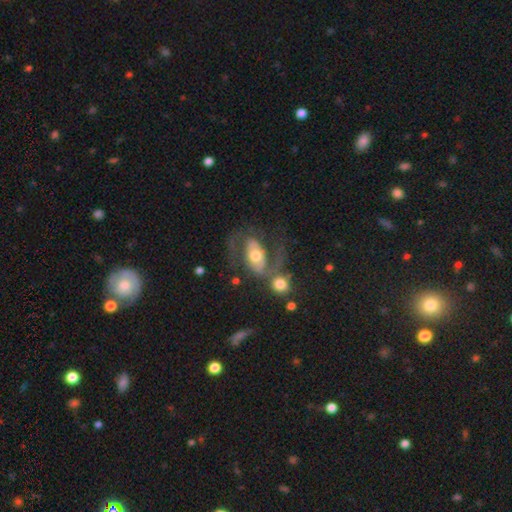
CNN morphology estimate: A featured or disk galaxy (70%) with no bar (46%), spiral arms (74%) and a moderate central bulge (70%).

Vote fractions:
- Smooth or featured? featured or disk: 70% / smooth: 24% / star or artifact: 6%
- Edge-on disk? no: 94% / yes: 6%
- Bar? no: 46% / weak: 31% / strong: 23%
- Spiral arms? yes: 74% / no: 26%
- Bulge size? moderate: 70% / large: 14% / small: 13% / dominant: 2% / none: 1%
- Merging? none: 41% / major disturbance: 24% / merger: 19% / minor disturbance: 16%